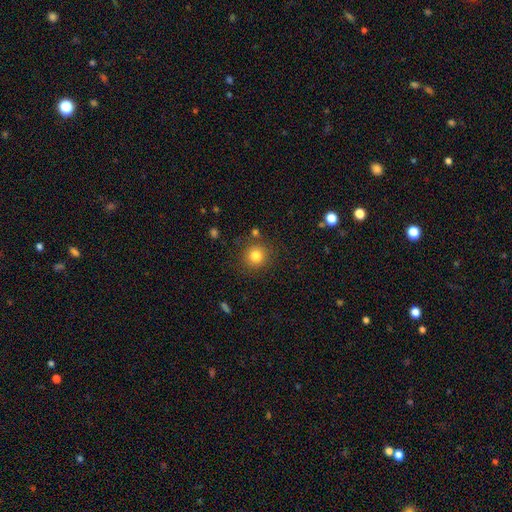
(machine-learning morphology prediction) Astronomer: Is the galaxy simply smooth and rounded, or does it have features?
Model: smooth — 81%.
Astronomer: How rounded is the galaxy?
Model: round — 91%.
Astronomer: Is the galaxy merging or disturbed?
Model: none — 85%.